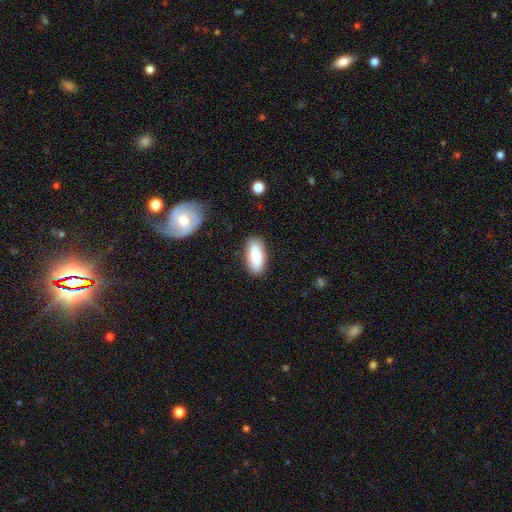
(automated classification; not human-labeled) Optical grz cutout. It shows a smooth galaxy with no disk features (88%) that is in between round and cigar-shaped (86%). Merging: none (84%).